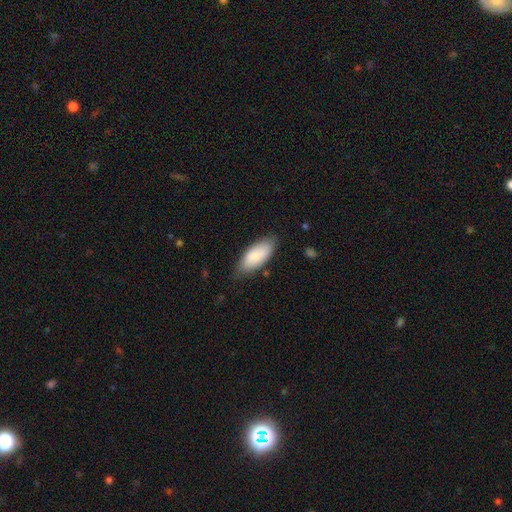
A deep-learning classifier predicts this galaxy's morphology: smooth 83%, featured or disk 11%, star or artifact 6%. Down the decision tree: how rounded — in between (87%); merging — none (73%).